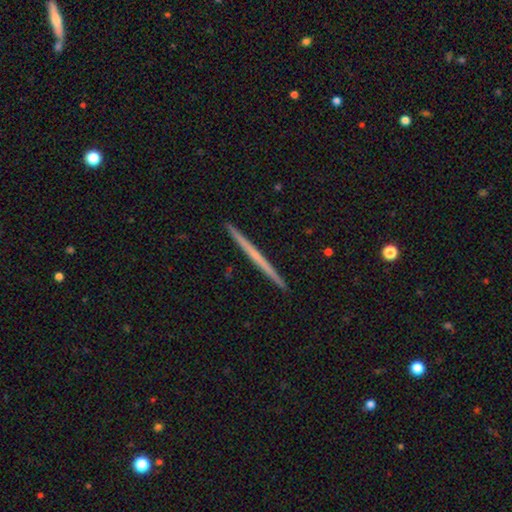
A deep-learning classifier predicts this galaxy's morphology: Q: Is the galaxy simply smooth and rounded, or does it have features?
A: featured or disk — 57%.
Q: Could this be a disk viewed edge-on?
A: yes — 98%.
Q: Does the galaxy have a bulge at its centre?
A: none — 88%.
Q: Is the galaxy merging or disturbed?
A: none — 94%.